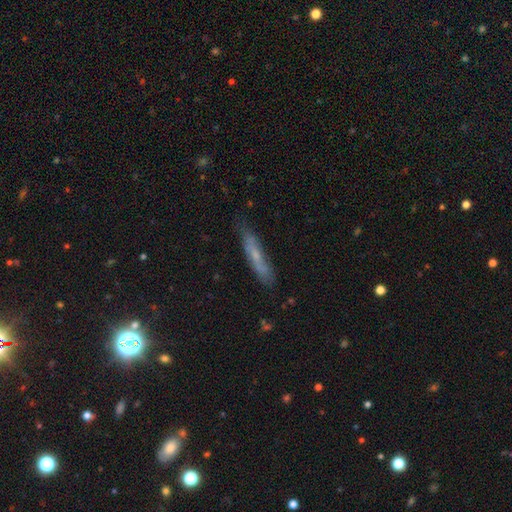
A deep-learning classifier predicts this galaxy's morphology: Smooth or featured? Predicted: smooth (p=0.49). Merging? Predicted: none (p=0.75).